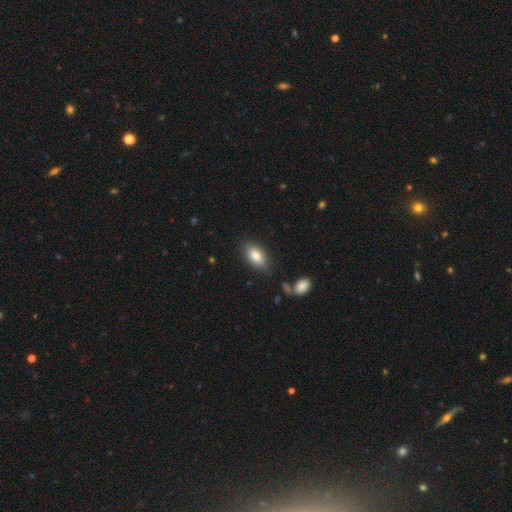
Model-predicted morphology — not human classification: This appears to be a smooth galaxy with no disk features (83%) that is in between round and cigar-shaped (89%). Merging: none (83%).